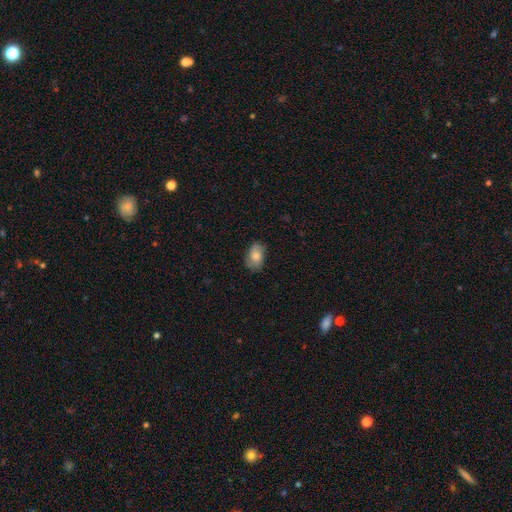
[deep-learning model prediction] Morphology: type=smooth (70%); roundness=in between (86%); merging=none (72%).